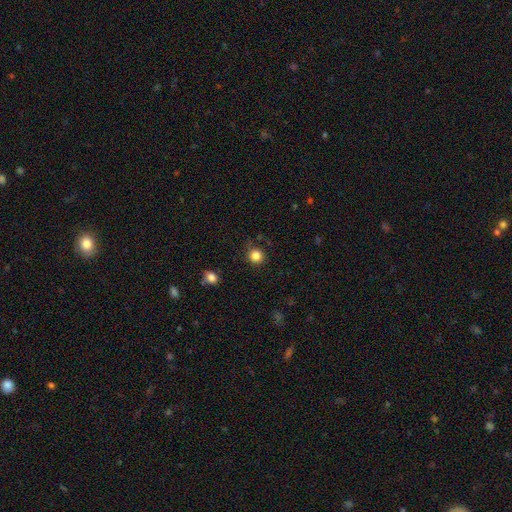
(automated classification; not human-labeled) smooth 84%, star or artifact 12%, featured or disk 4%. Down the decision tree: how rounded — round (92%); merging — none (84%).